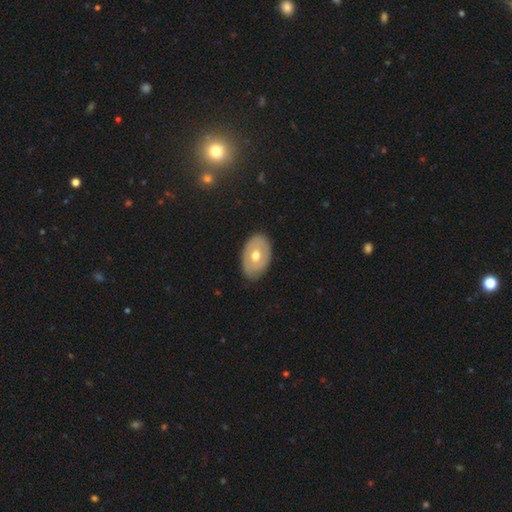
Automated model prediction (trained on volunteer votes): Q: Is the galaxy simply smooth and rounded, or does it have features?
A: smooth — 48%.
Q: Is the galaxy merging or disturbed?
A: none — 79%.